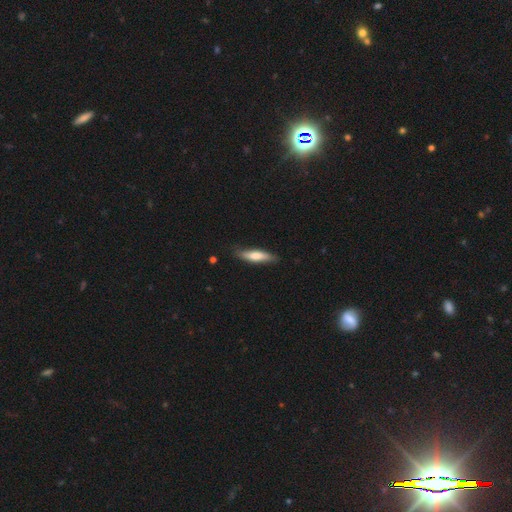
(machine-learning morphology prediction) Overall: smooth (68%). How rounded: cigar-shaped (74%). Merging: none (81%).